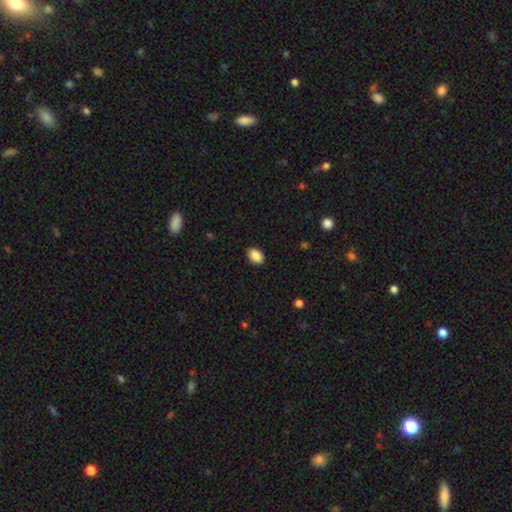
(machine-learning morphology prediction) This appears to be a smooth galaxy with no disk features (89%) that is in between round and cigar-shaped (82%). Merging: none (89%).